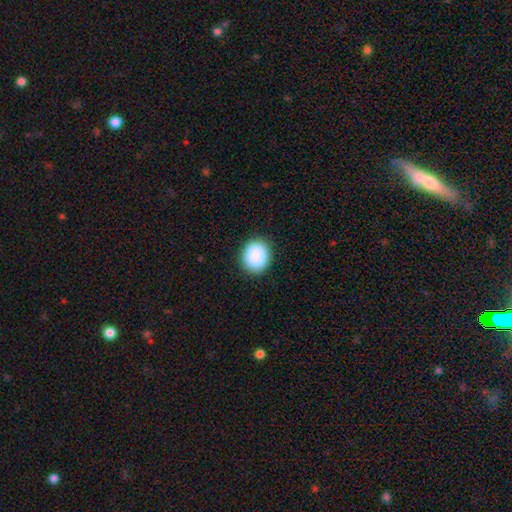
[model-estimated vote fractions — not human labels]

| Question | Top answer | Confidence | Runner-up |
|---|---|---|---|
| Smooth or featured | smooth | 89% | star or artifact (8%) |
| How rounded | round | 69% | in between (30%) |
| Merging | none | 88% | minor disturbance (8%) |